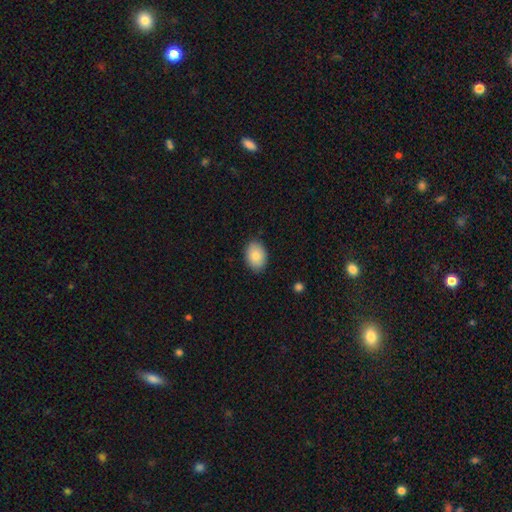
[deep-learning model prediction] Smooth or featured?
  - smooth: 85% *
  - featured or disk: 8%
  - star or artifact: 7%
How rounded?
  - in between: 79% *
  - round: 20%
  - cigar-shaped: 1%
Merging?
  - none: 87% *
  - minor disturbance: 10%
  - major disturbance: 2%
  - merger: 1%